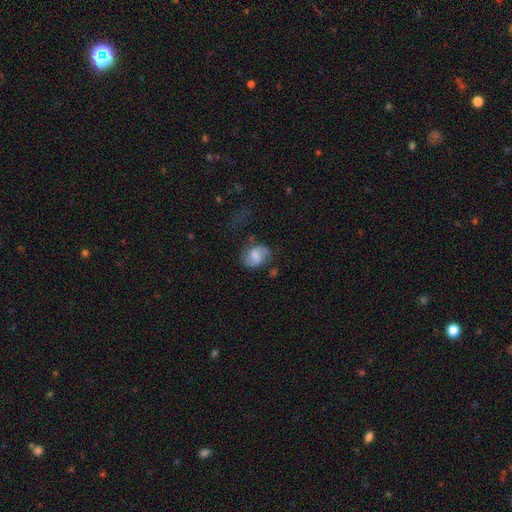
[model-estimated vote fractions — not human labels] smooth-or-featured: featured or disk: 47% | smooth: 44% | star or artifact: 9%
  merging: none: 54% | minor disturbance: 26% | major disturbance: 15% | merger: 5%